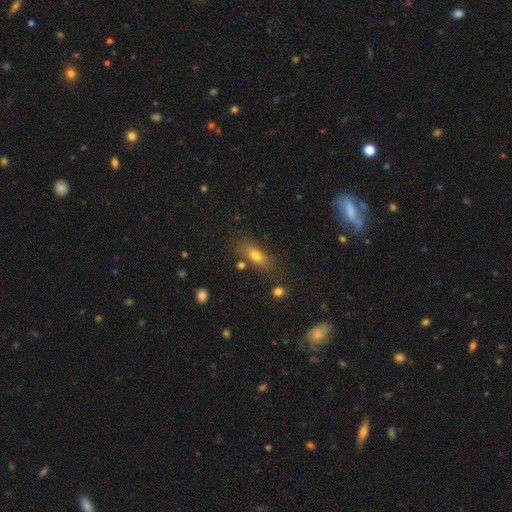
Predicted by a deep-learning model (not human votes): This is likely a smooth galaxy (74%). How rounded: likely in between (76%). Merging: likely none (72%).